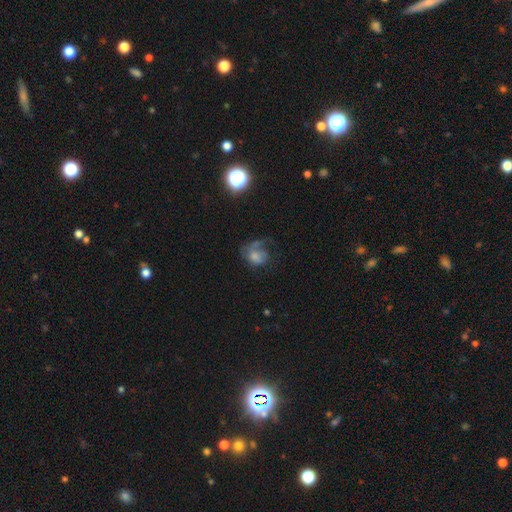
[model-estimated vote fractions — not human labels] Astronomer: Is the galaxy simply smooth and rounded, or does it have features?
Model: featured or disk — 46% (runner-up: smooth, 42%).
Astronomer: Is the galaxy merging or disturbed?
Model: major disturbance — 47% (runner-up: none, 30%).